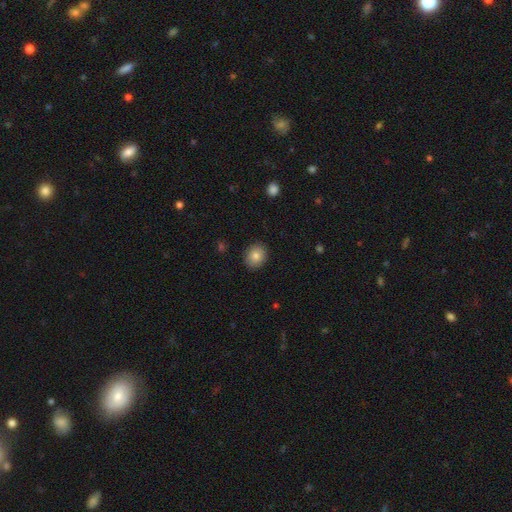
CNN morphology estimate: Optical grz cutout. It shows a smooth galaxy with no disk features (83%) that is round (60%). Merging: none (89%).